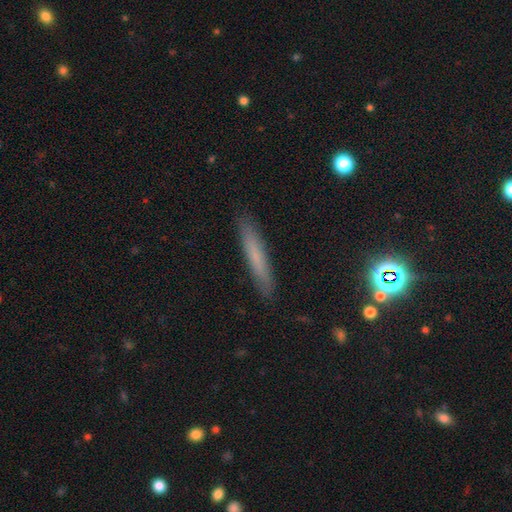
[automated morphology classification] Smooth or featured? smooth (65%)
How rounded? cigar-shaped (93%)
Merging? none (89%)